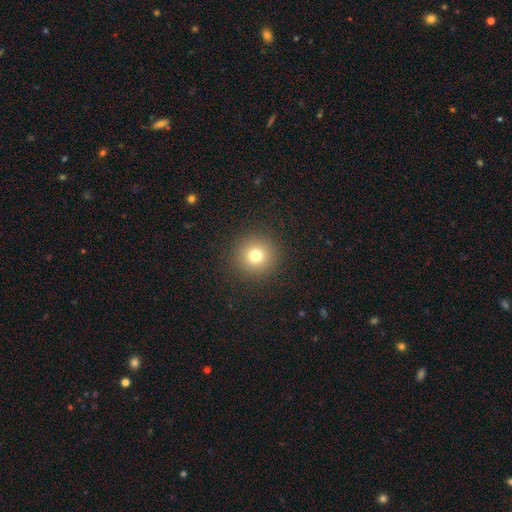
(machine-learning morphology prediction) Q: Smooth or featured?
A: smooth (76%); runner-up: star or artifact (15%)
Q: How rounded?
A: round (95%); runner-up: in between (4%)
Q: Merging?
A: none (91%); runner-up: minor disturbance (5%)